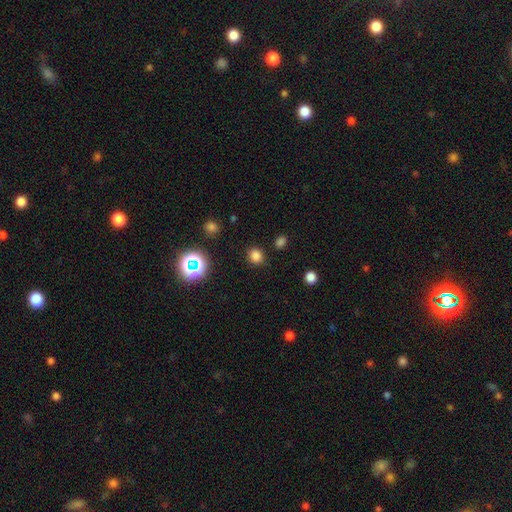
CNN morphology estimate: This is likely a smooth galaxy (78%). How rounded: likely round (76%). Merging: clearly none (87%).